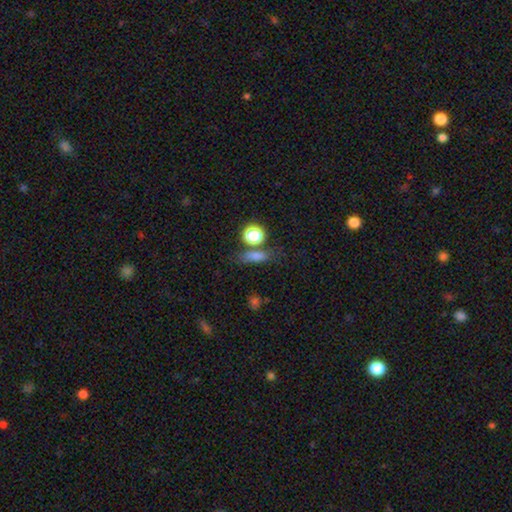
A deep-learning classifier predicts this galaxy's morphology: This appears to be a smooth galaxy with no disk features (71%) that is cigar-shaped (38%). Merging: none (70%).